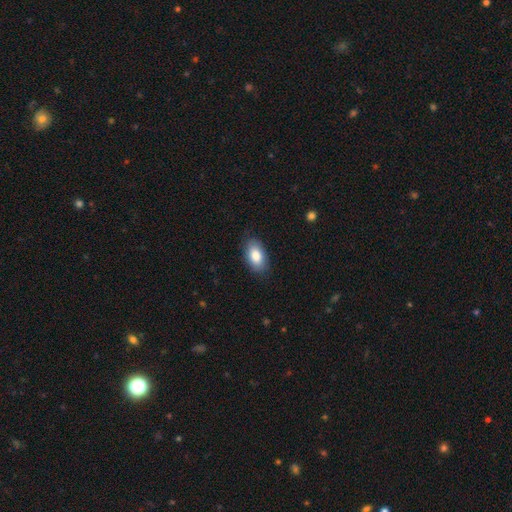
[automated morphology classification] Smooth or featured? Predicted: smooth (p=0.83). How rounded? Predicted: in between (p=0.92). Merging? Predicted: none (p=0.85).